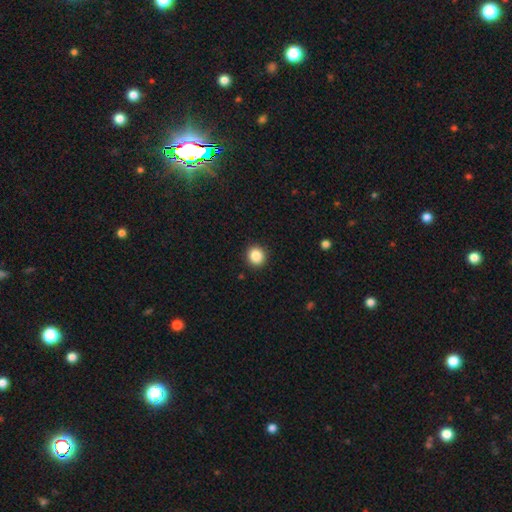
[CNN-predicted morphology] smooth-or-featured: smooth: 87% | star or artifact: 10% | featured or disk: 4%
  how-rounded: round: 91% | in between: 8% | cigar-shaped: 1%
  merging: none: 92% | minor disturbance: 5% | major disturbance: 2% | merger: 1%